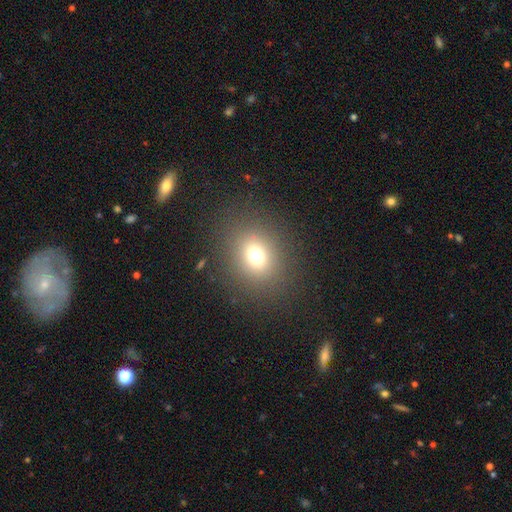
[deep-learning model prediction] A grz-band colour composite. It shows a smooth galaxy with no disk features (71%) that is round (68%). Merging: none (86%).